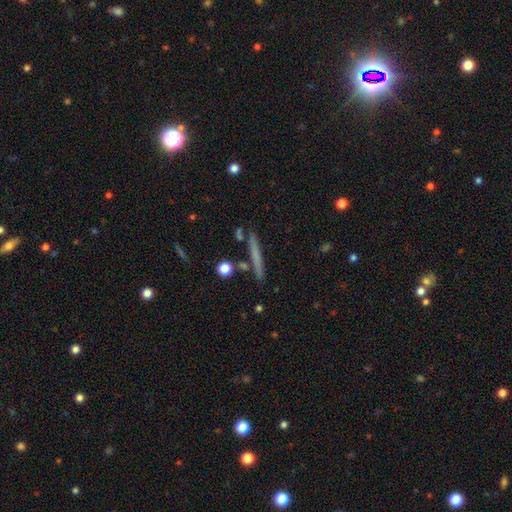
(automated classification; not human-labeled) Q: Smooth or featured?
A: smooth (58%); runner-up: featured or disk (35%)
Q: How rounded?
A: cigar-shaped (95%); runner-up: in between (3%)
Q: Merging?
A: none (86%); runner-up: minor disturbance (8%)